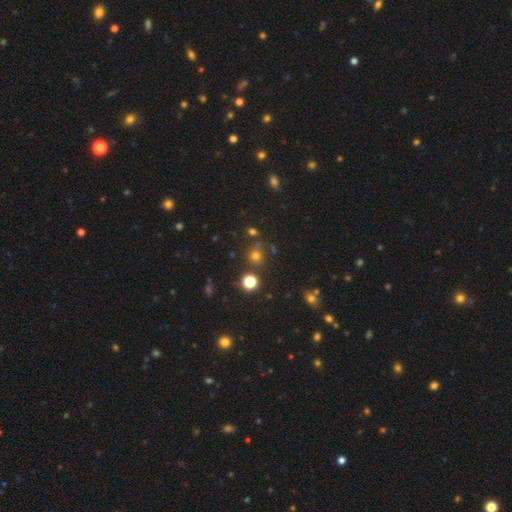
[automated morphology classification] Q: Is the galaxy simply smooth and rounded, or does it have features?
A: smooth — 60%.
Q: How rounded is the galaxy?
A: round — 85%.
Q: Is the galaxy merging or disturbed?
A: none — 71%.